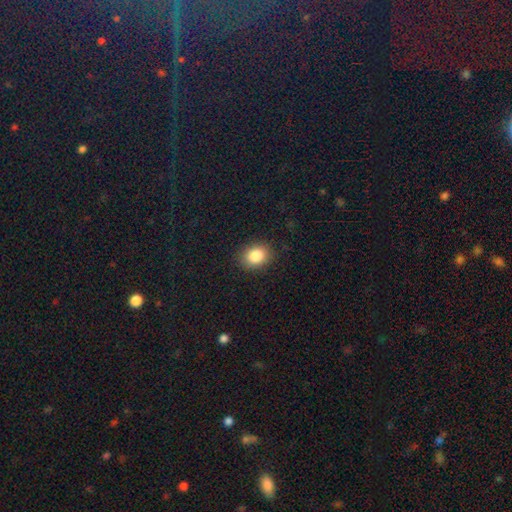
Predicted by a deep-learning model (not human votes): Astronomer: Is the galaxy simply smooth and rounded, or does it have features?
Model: smooth — 85%.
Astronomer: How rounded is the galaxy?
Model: in between — 58% (runner-up: round, 41%).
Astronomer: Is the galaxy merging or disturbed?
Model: none — 88%.